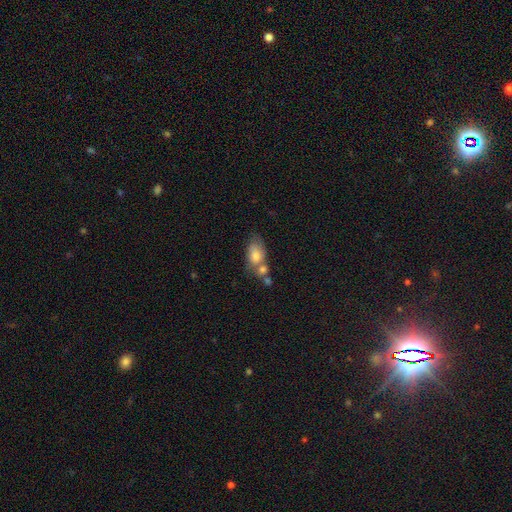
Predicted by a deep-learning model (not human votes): Smooth or featured? smooth (74%)
How rounded? in between (86%)
Merging? merger (38%)